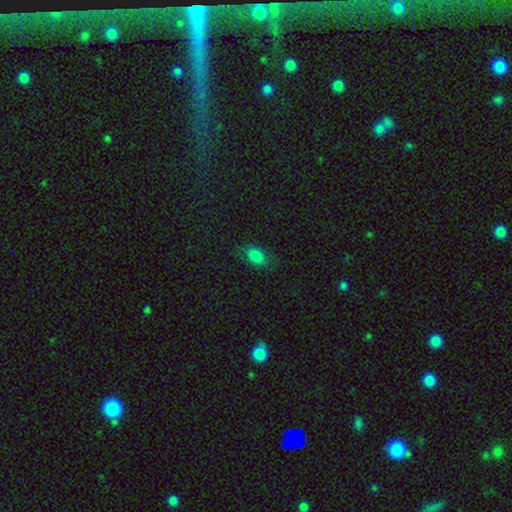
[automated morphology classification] Overall: smooth (79%). How rounded: in between (83%). Merging: none (74%).